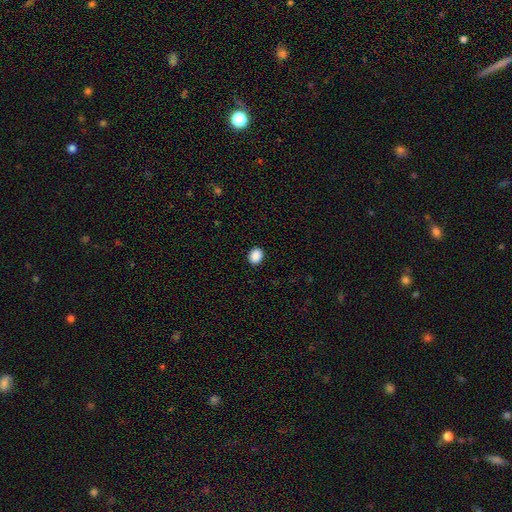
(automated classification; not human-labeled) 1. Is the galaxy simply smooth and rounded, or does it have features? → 89% smooth, 8% star or artifact, 2% featured or disk.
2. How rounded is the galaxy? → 51% round, 48% in between, 1% cigar-shaped.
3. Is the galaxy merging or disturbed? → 91% none, 6% minor disturbance, 2% major disturbance, 1% merger.